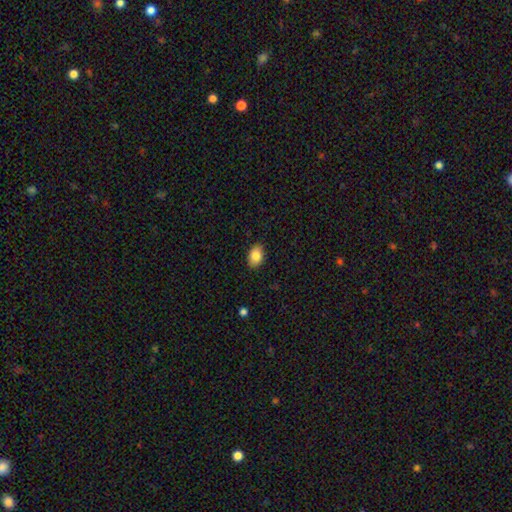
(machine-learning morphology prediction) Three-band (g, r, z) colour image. It shows a smooth galaxy with no disk features (85%) that is in between round and cigar-shaped (84%). Merging: none (88%).